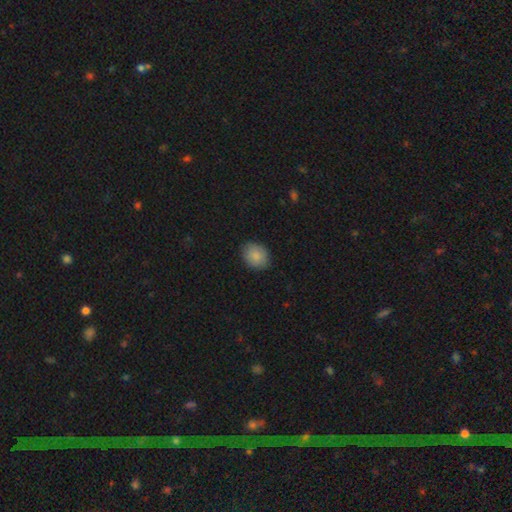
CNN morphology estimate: type=smooth (86%); roundness=round (56%); merging=none (85%).